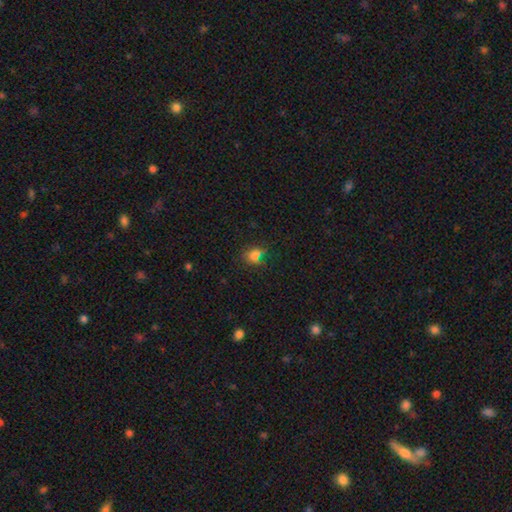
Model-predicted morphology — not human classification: This is likely a smooth galaxy (69%). How rounded: possibly round (54%). Merging: likely none (68%).